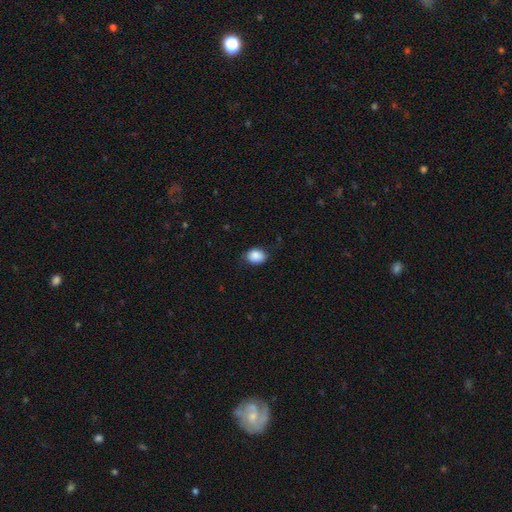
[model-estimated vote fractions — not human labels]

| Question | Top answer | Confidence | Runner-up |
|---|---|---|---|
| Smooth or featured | smooth | 87% | star or artifact (8%) |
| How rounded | in between | 67% | round (32%) |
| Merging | none | 75% | minor disturbance (20%) |